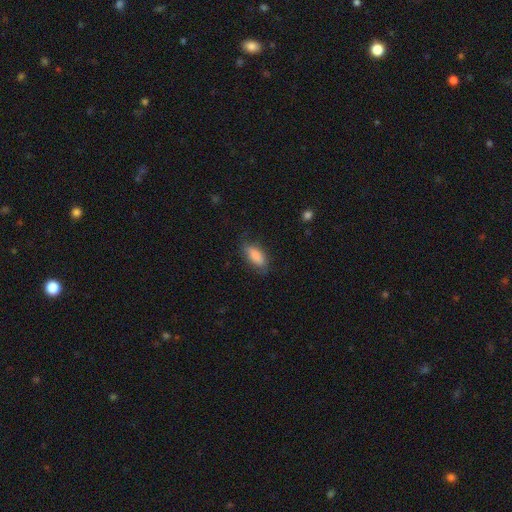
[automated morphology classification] Overall: smooth (84%). How rounded: in between (78%). Merging: none (73%).